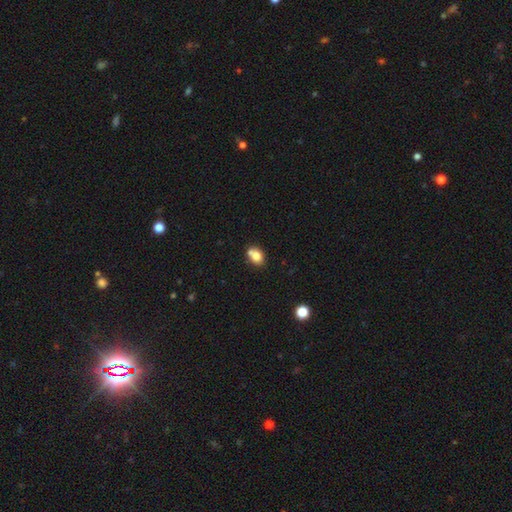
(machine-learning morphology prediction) The model was most divided on "how rounded": in between: 61%, round: 38%, cigar-shaped: 1%. More confident: smooth or featured — smooth (78%); merging — none (53%).